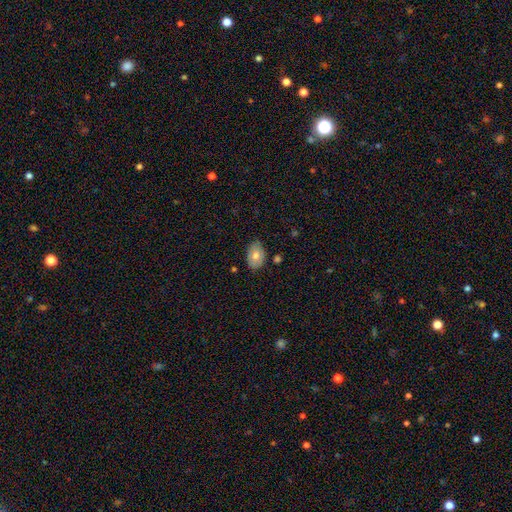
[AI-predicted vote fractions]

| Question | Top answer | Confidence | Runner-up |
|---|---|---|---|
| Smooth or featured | smooth | 72% | featured or disk (20%) |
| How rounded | in between | 86% | round (13%) |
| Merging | none | 78% | minor disturbance (17%) |